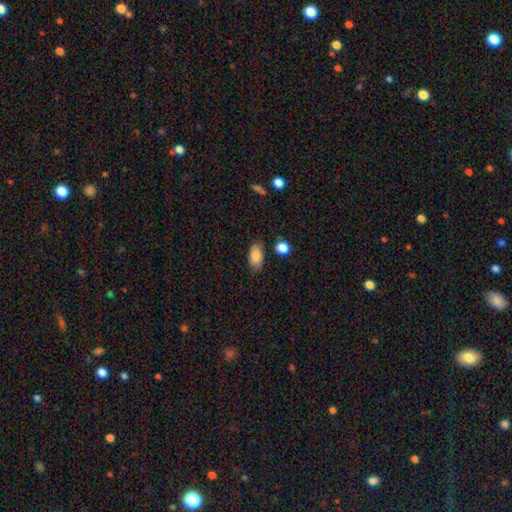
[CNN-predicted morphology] Smooth or featured? Predicted: smooth (p=0.86). How rounded? Predicted: in between (p=0.91). Merging? Predicted: none (p=0.77).